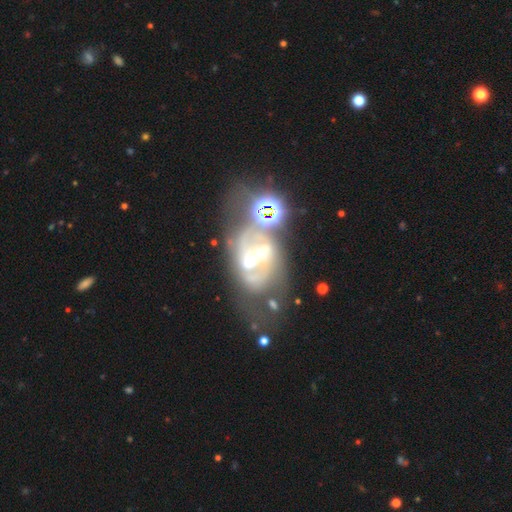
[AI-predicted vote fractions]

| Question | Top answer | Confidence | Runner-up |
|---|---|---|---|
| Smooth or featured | featured or disk | 85% | star or artifact (9%) |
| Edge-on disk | no | 96% | yes (4%) |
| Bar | strong | 59% | weak (29%) |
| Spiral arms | yes | 92% | no (8%) |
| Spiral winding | medium | 51% | tight (28%) |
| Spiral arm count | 2 | 75% | can't tell (11%) |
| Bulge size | small | 63% | moderate (31%) |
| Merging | none | 46% | major disturbance (20%) |